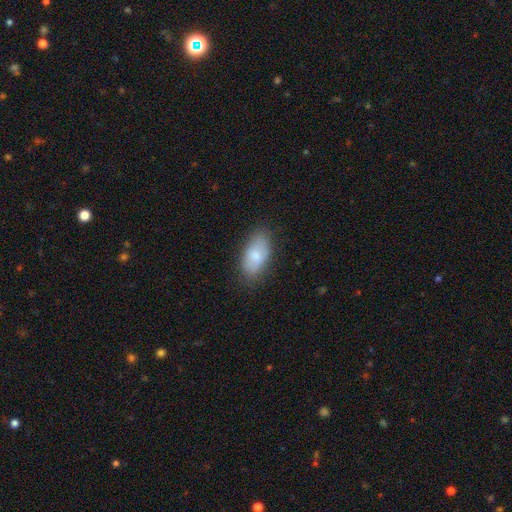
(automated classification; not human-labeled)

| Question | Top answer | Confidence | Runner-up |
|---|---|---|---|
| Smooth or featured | smooth | 78% | featured or disk (16%) |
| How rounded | in between | 92% | cigar-shaped (4%) |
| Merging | none | 78% | minor disturbance (17%) |